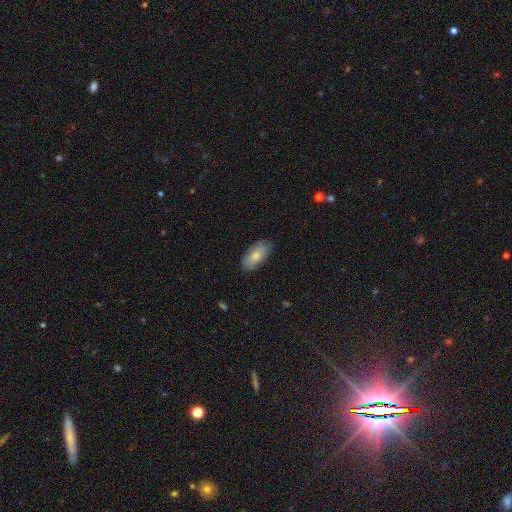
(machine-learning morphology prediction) This is likely a smooth galaxy (76%). How rounded: clearly in between (91%). Merging: clearly none (80%).